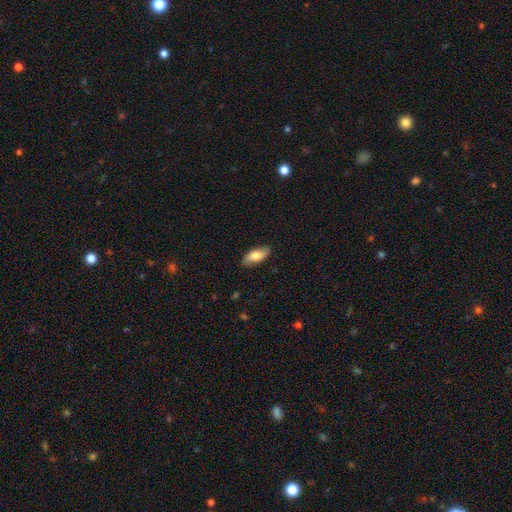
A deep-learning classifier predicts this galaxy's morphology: A smooth galaxy with no disk features (70%) that is in between round and cigar-shaped (86%). Merging: none (84%).